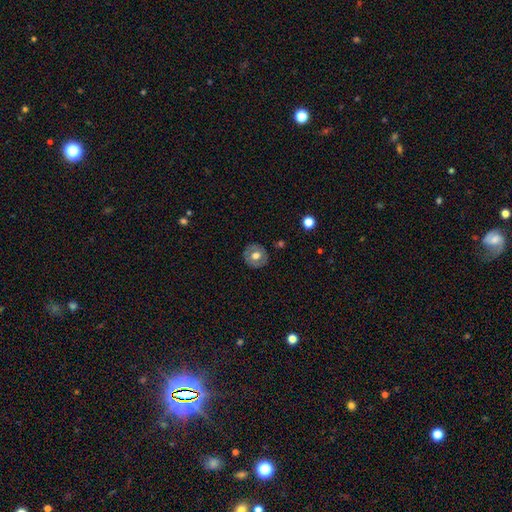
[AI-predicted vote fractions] Overall: smooth (56%; featured or disk 36%). How rounded: round (87%). Merging: none (86%).